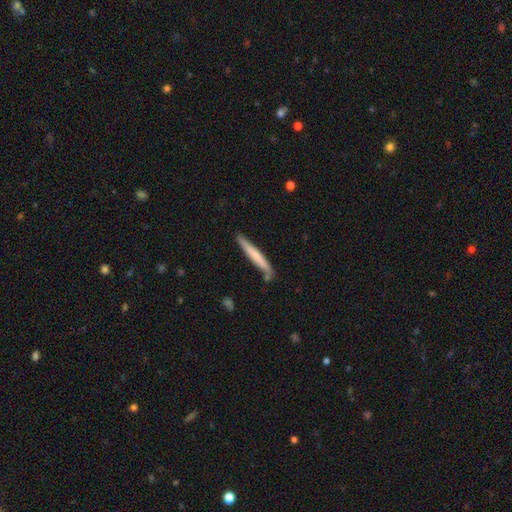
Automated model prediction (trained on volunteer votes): This is likely a smooth galaxy (61%). How rounded: clearly cigar-shaped (96%). Merging: clearly none (83%).